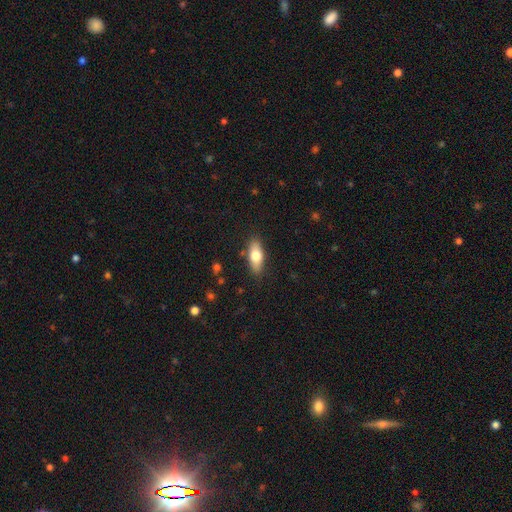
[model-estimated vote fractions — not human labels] A smooth galaxy with no disk features (72%) that is in between round and cigar-shaped (77%). Merging: none (85%).